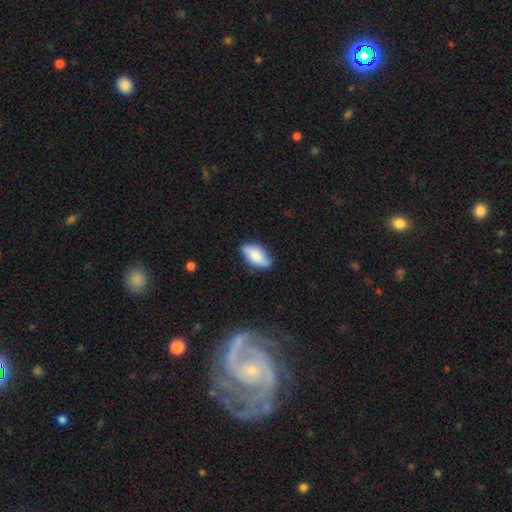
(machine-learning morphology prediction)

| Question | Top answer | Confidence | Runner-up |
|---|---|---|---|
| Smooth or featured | smooth | 78% | featured or disk (16%) |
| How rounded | in between | 87% | cigar-shaped (10%) |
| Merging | none | 81% | minor disturbance (15%) |